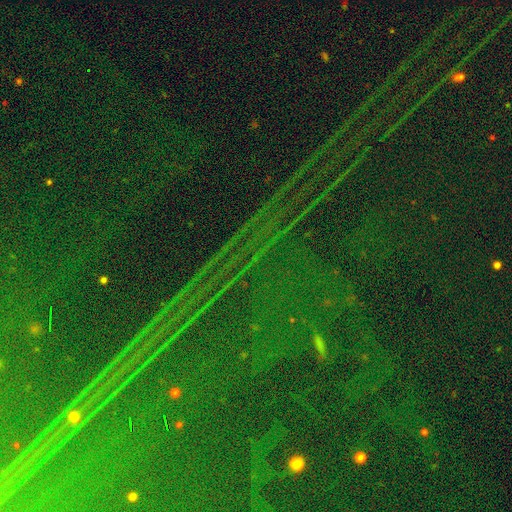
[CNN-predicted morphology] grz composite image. It shows a star or artifact, not a galaxy (87%).